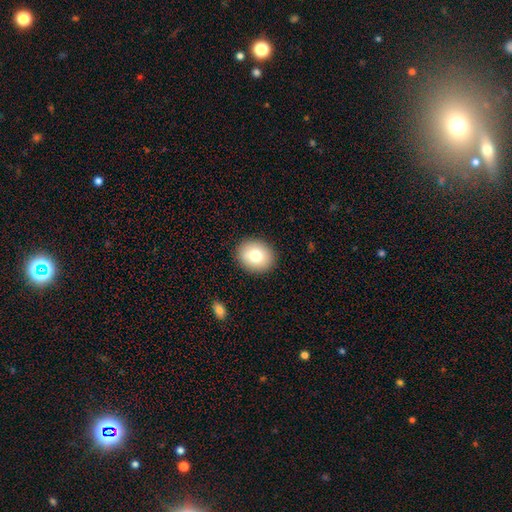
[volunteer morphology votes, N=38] A smooth galaxy with no disk features (82%) that is round (84%).

Vote fractions:
- Smooth or featured? smooth: 82% / featured or disk: 16% / star or artifact: 3%
- How rounded? round: 84% / in between: 16% / cigar-shaped: 0%
- Merging? none: 89% / minor disturbance: 5% / major disturbance: 5% / merger: 0%